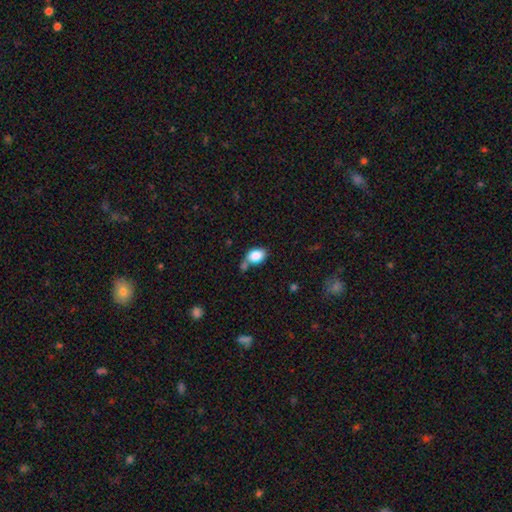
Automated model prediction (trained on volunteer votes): smooth 86%, star or artifact 8%, featured or disk 6%. Down the decision tree: how rounded — in between (80%); merging — none (54%).